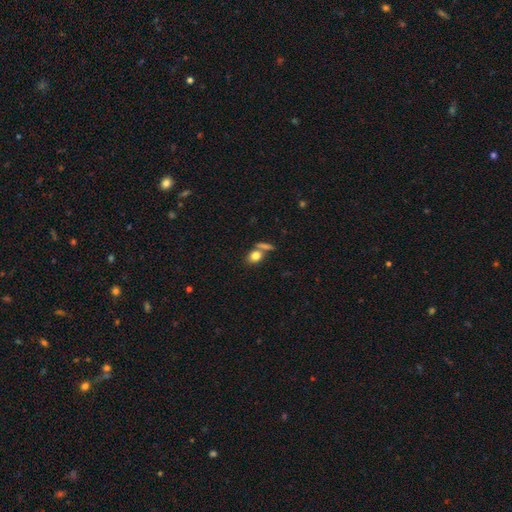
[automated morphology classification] The model was most divided on "how rounded": in between: 54%, round: 42%, cigar-shaped: 4%. More confident: smooth or featured — smooth (80%); merging — none (55%).